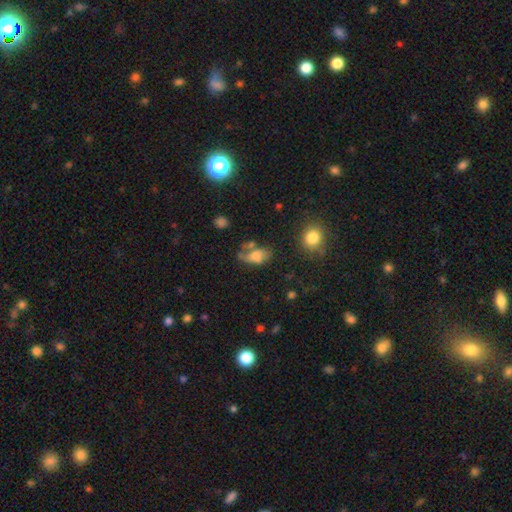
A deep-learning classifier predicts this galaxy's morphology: smooth-or-featured: smooth: 65% | featured or disk: 23% | star or artifact: 12%
  how-rounded: in between: 86% | round: 10% | cigar-shaped: 4%
  merging: none: 33% | minor disturbance: 25% | major disturbance: 22% | merger: 20%